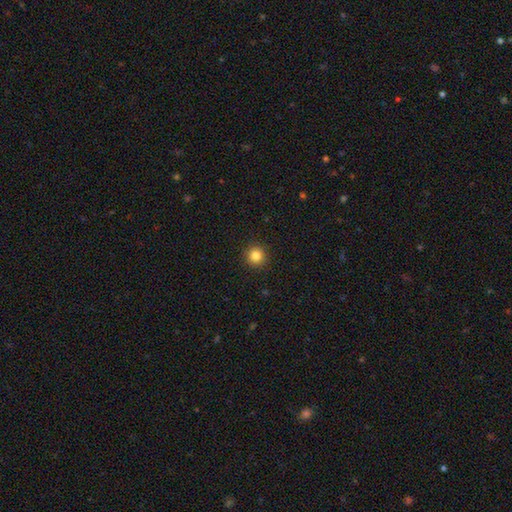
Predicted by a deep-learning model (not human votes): Smooth or featured: smooth — 83% (star or artifact — 12%)
How rounded: round — 95% (in between — 4%)
Merging: none — 93% (minor disturbance — 5%)